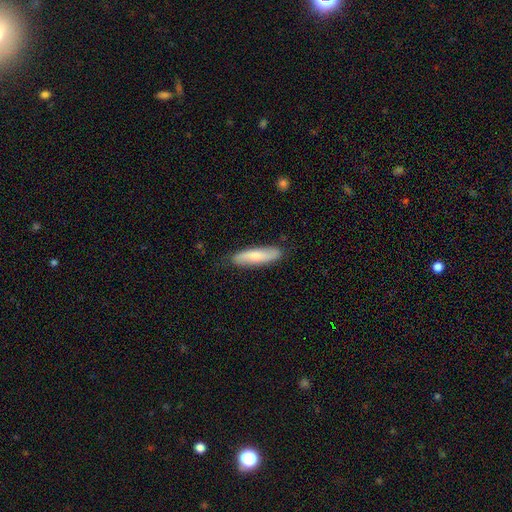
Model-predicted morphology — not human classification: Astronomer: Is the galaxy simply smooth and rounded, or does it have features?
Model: smooth — 67%.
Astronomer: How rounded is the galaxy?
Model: cigar-shaped — 70%.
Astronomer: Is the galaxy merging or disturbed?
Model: none — 83%.